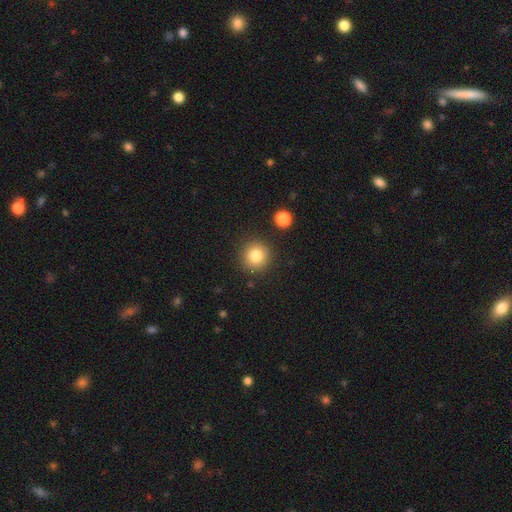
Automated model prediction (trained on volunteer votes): This is clearly a smooth galaxy (82%). How rounded: clearly round (93%). Merging: clearly none (88%).